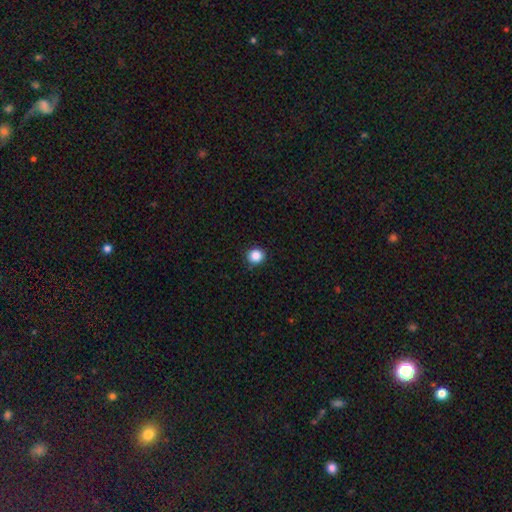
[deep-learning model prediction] smooth-or-featured: smooth: 87% | star or artifact: 10% | featured or disk: 3%
  how-rounded: round: 91% | in between: 8% | cigar-shaped: 1%
  merging: none: 91% | minor disturbance: 6% | major disturbance: 2% | merger: 1%